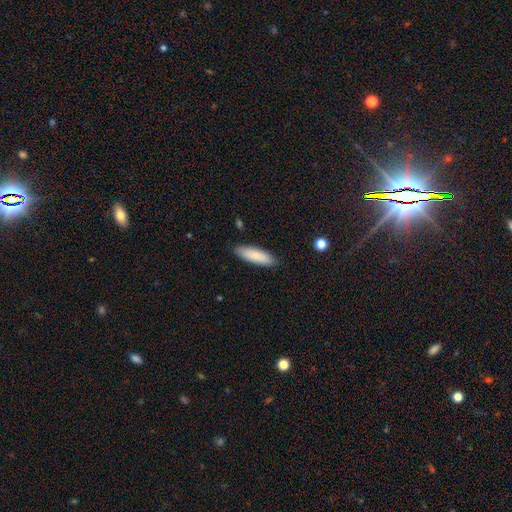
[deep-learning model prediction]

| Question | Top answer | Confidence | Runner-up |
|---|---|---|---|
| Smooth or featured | smooth | 86% | featured or disk (8%) |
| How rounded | cigar-shaped | 53% | in between (45%) |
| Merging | none | 89% | minor disturbance (8%) |